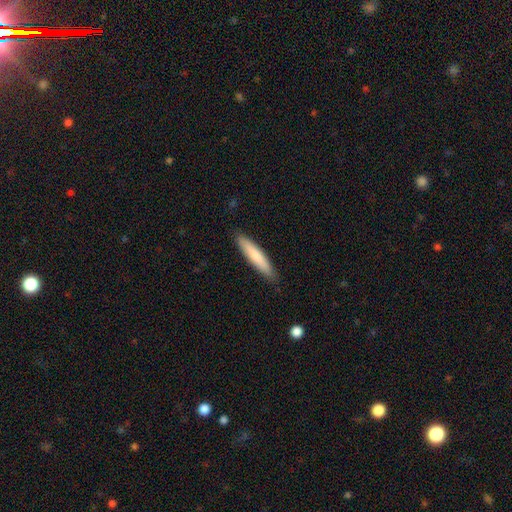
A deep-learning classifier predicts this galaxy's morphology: smooth-or-featured: smooth: 78% | featured or disk: 17% | star or artifact: 5%
  how-rounded: cigar-shaped: 88% | in between: 10% | round: 1%
  merging: none: 89% | minor disturbance: 9% | major disturbance: 2% | merger: 1%